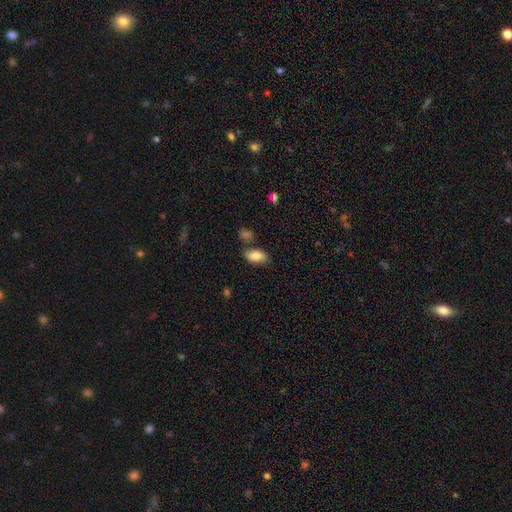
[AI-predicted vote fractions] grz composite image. It shows a smooth galaxy with no disk features (83%) that is in between round and cigar-shaped (92%). Merging: none (68%).